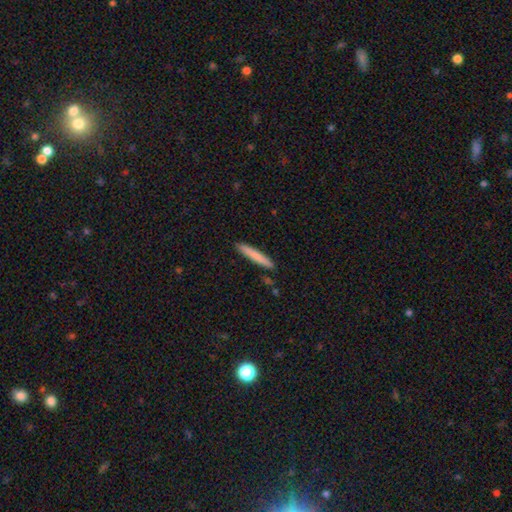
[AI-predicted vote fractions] A smooth galaxy with no disk features (78%) that is cigar-shaped (95%). Merging: none (89%).